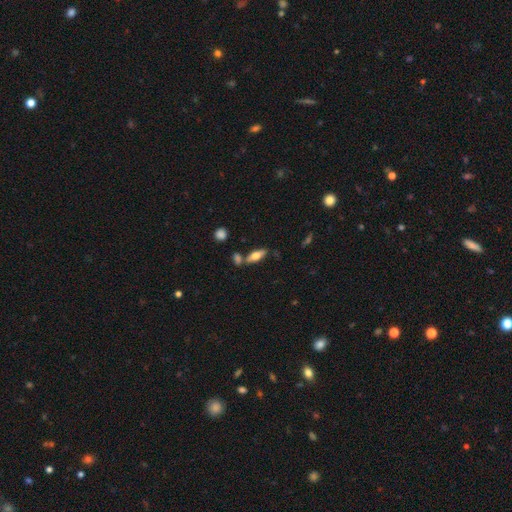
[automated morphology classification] This appears to be a smooth galaxy with no disk features (56%) that is in between round and cigar-shaped (62%). Merging: none (70%).